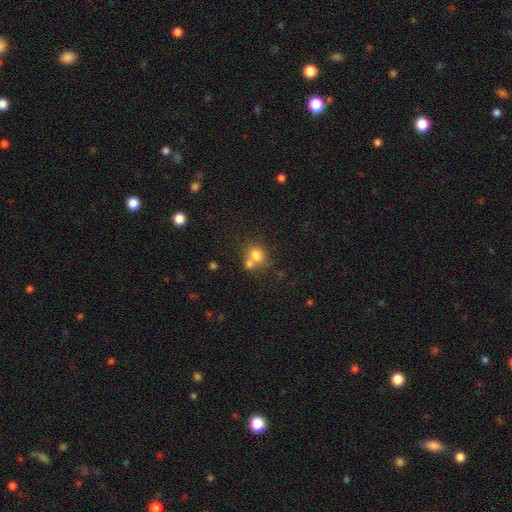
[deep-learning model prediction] Overall: smooth (78%). How rounded: round (72%). Merging: none (45%; merger 41%).